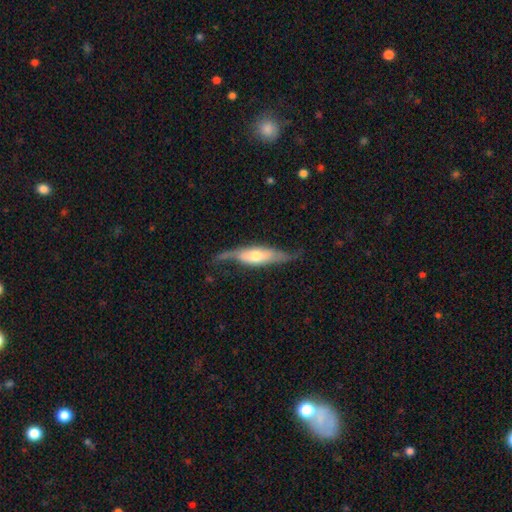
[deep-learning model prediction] Smooth or featured? featured or disk (67%)
Edge-on disk? no (51%)
Merging? none (54%)